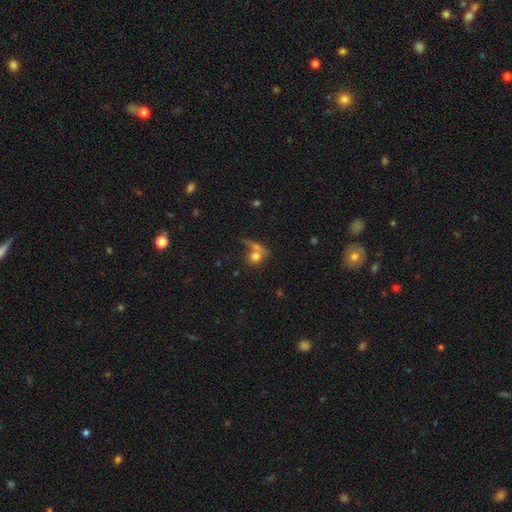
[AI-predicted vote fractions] Smooth or featured? smooth (74%)
How rounded? round (67%)
Merging? merger (42%)